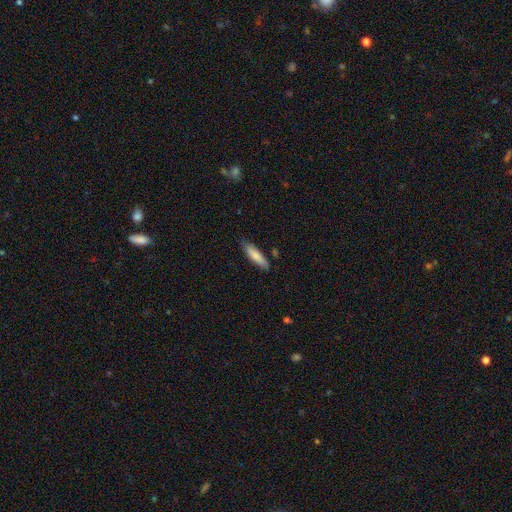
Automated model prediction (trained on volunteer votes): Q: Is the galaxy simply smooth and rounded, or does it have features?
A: smooth — 79%.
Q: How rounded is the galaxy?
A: cigar-shaped — 70%.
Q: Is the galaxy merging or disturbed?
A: none — 82%.